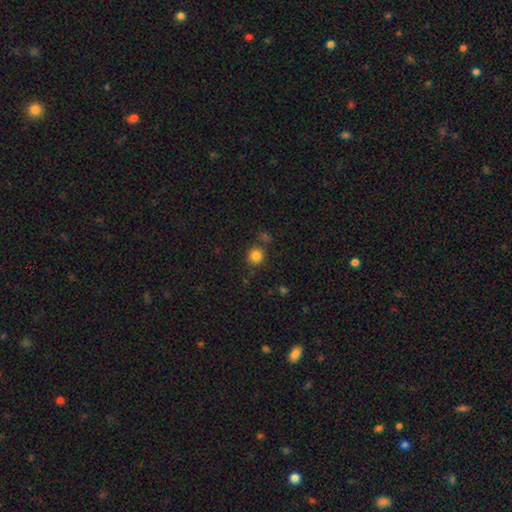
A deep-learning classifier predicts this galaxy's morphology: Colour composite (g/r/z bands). It shows a smooth galaxy with no disk features (84%) that is round (91%). Merging: none (80%).